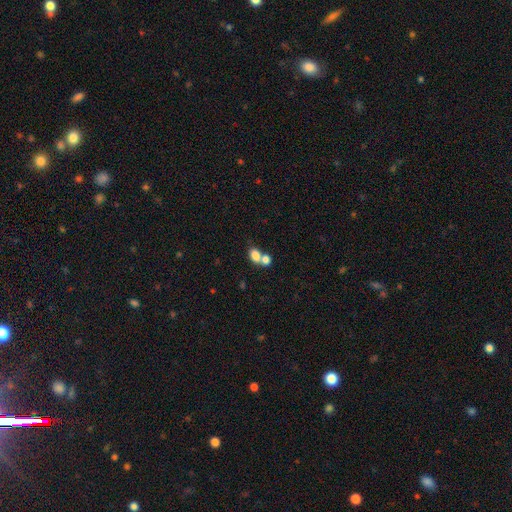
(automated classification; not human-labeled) Smooth or featured: smooth — 79% (featured or disk — 10%)
How rounded: in between — 72% (round — 27%)
Merging: merger — 55% (none — 33%)